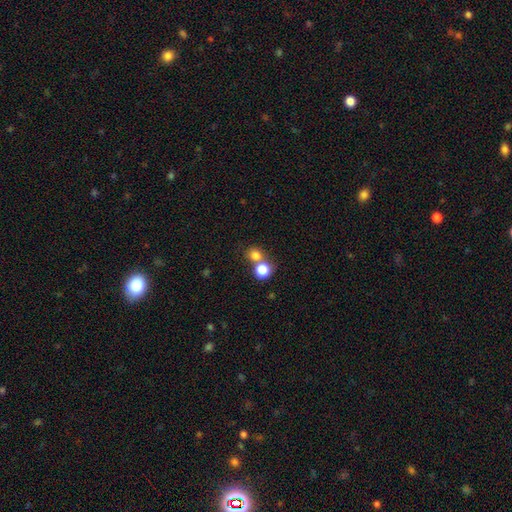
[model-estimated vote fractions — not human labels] Smooth or featured?
  - smooth: 78% *
  - star or artifact: 15%
  - featured or disk: 7%
How rounded?
  - round: 83% *
  - in between: 16%
  - cigar-shaped: 1%
Merging?
  - none: 53% *
  - merger: 37%
  - minor disturbance: 7%
  - major disturbance: 3%